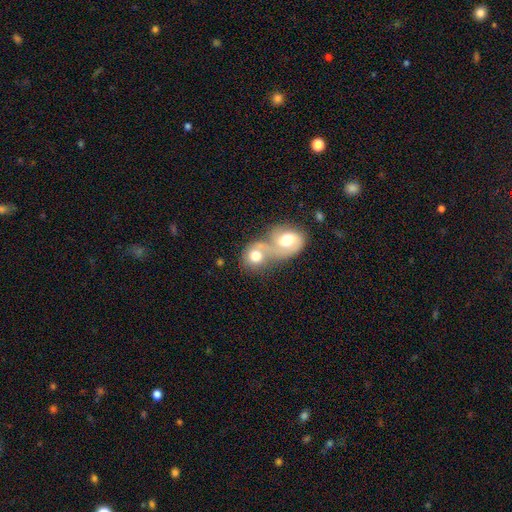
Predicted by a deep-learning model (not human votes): Smooth or featured? smooth (63%)
How rounded? round (68%)
Merging? merger (76%)